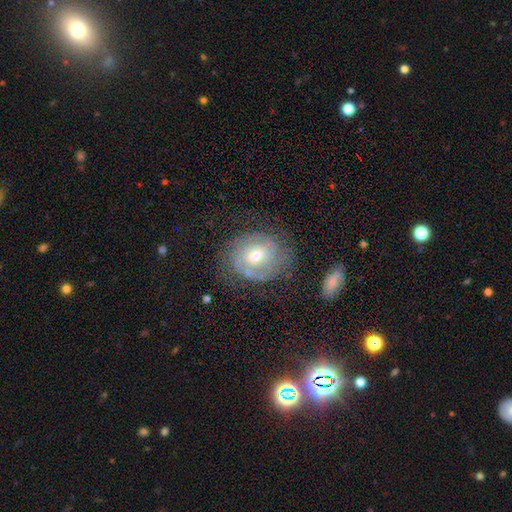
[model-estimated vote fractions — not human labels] A featured or disk galaxy (81%) with no bar (53%), 2 (47%) tight (68%) spiral arms (92%) and a moderate central bulge (64%). Merging: none (72%).